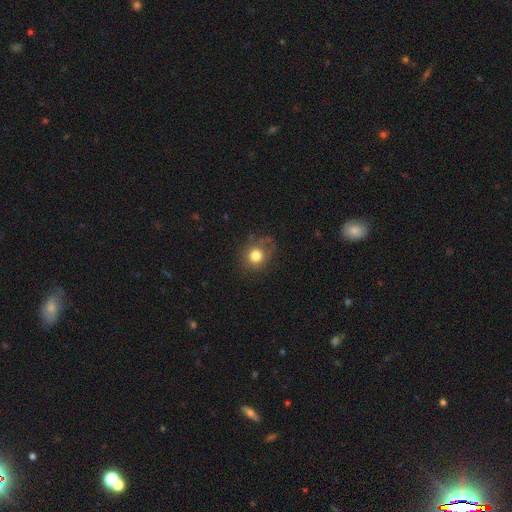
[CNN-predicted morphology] A smooth galaxy with no disk features (78%) that is round (81%).

Vote fractions:
- Smooth or featured? smooth: 78% / featured or disk: 11% / star or artifact: 11%
- How rounded? round: 81% / in between: 18% / cigar-shaped: 1%
- Merging? none: 67% / minor disturbance: 21% / major disturbance: 10% / merger: 2%